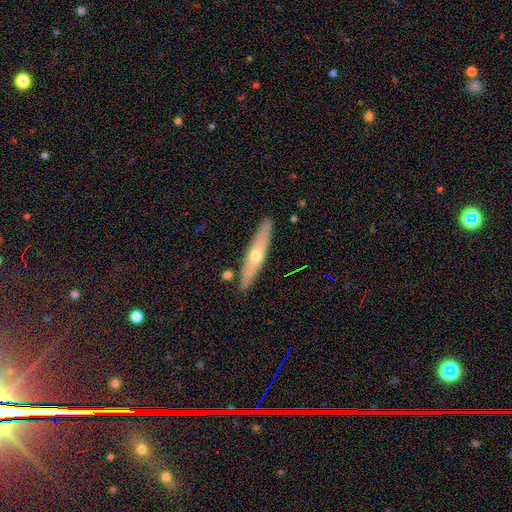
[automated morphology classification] A featured or disk galaxy (53%) viewed edge-on (83%). Merging: none (87%).